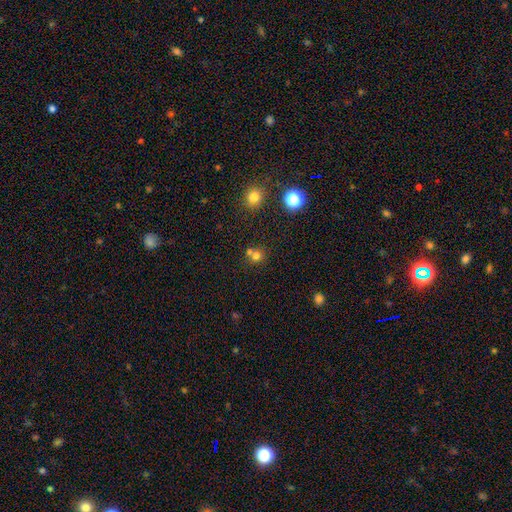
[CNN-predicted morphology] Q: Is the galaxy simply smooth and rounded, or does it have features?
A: smooth — 71%.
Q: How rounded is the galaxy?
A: round — 85%.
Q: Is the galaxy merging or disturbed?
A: none — 50%.